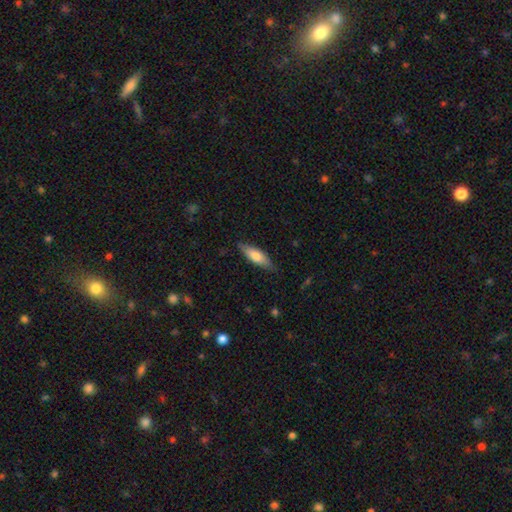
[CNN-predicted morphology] A smooth galaxy with no disk features (71%) that is in between round and cigar-shaped (50%). Merging: none (82%).